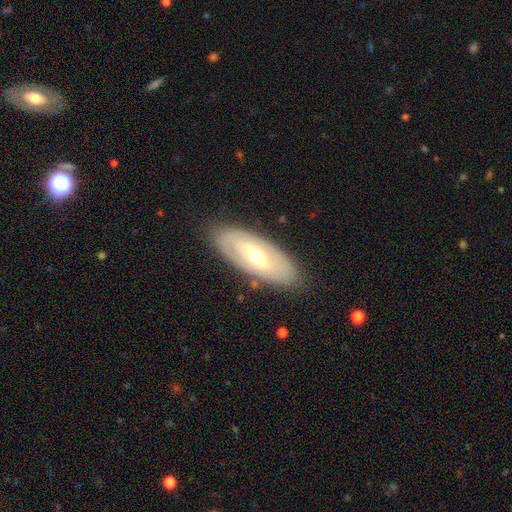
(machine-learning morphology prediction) featured or disk 63%, smooth 32%, star or artifact 6%. Down the decision tree: edge-on disk — no (83%); bar — no (57%); spiral arms — no (63%); bulge size — moderate (58%); merging — none (85%).